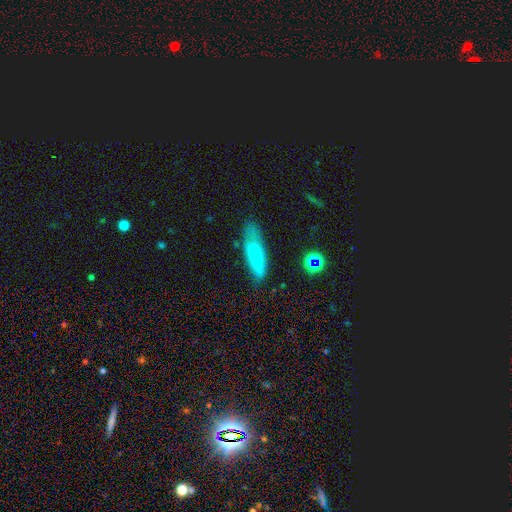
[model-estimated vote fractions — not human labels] This is likely a smooth galaxy (71%). How rounded: possibly cigar-shaped (58%). Merging: possibly none (59%).